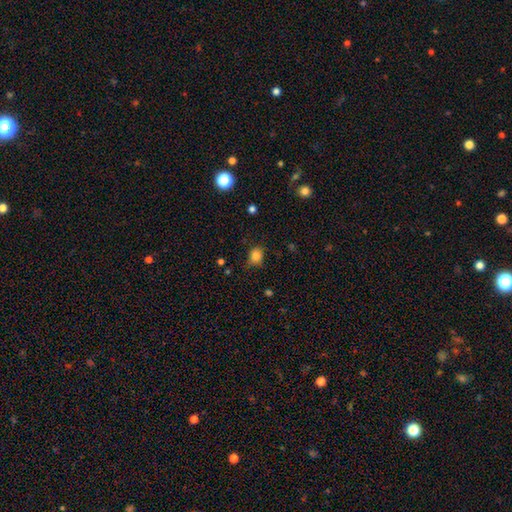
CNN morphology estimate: smooth 84%, star or artifact 11%, featured or disk 5%. Down the decision tree: how rounded — round (58%); merging — none (71%).